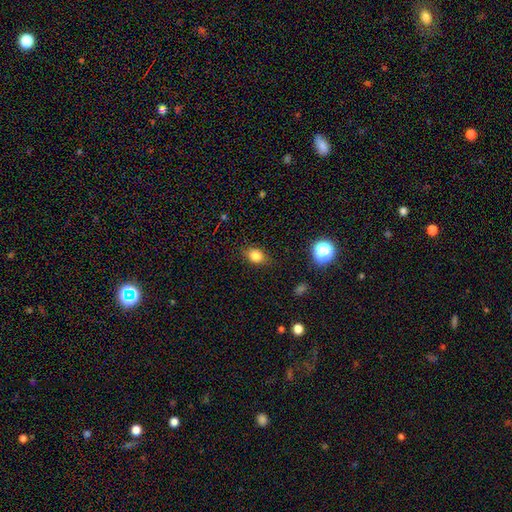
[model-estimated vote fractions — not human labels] Overall: smooth (82%). How rounded: in between (63%; round 35%). Merging: none (83%).